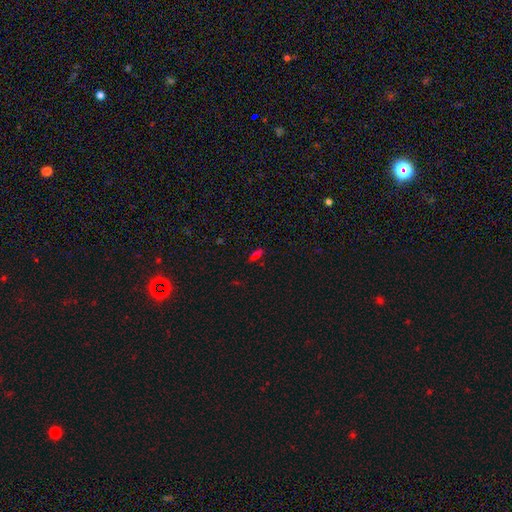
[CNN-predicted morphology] A smooth galaxy with no disk features (58%) that is in between round and cigar-shaped (69%).

Vote fractions:
- Smooth or featured? smooth: 58% / star or artifact: 28% / featured or disk: 14%
- How rounded? in between: 69% / cigar-shaped: 25% / round: 7%
- Merging? none: 77% / minor disturbance: 15% / major disturbance: 5% / merger: 4%